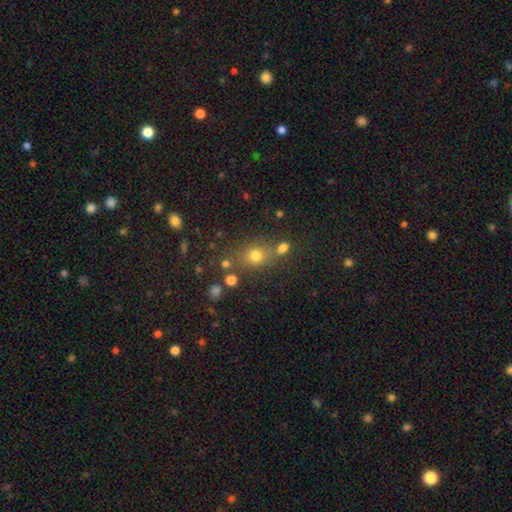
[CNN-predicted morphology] Smooth or featured? Predicted: smooth (p=0.71). How rounded? Predicted: round (p=0.58). Merging? Predicted: none (p=0.64).